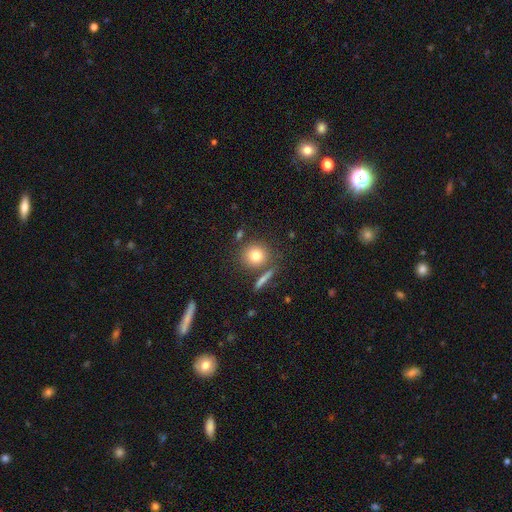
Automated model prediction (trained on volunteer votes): Q: Smooth or featured?
A: smooth (78%); runner-up: featured or disk (11%)
Q: How rounded?
A: round (86%); runner-up: in between (12%)
Q: Merging?
A: none (75%); runner-up: merger (12%)